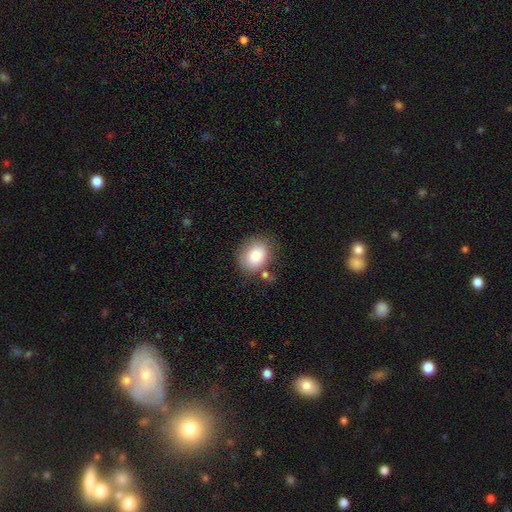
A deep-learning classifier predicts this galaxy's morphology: This appears to be a smooth galaxy with no disk features (84%) that is round (51%). Merging: none (69%).